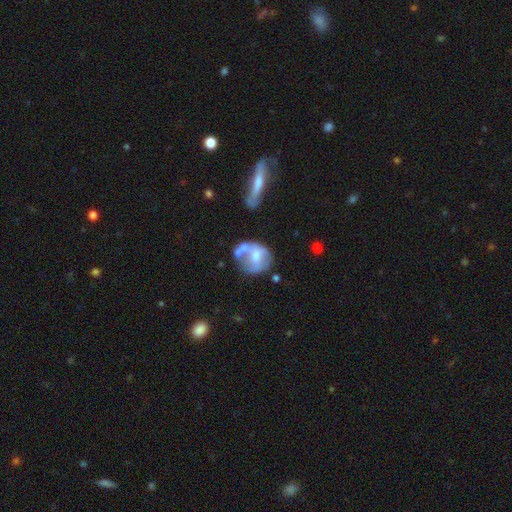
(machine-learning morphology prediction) This appears to be a featured or disk galaxy (51%). Merging: none (36%).